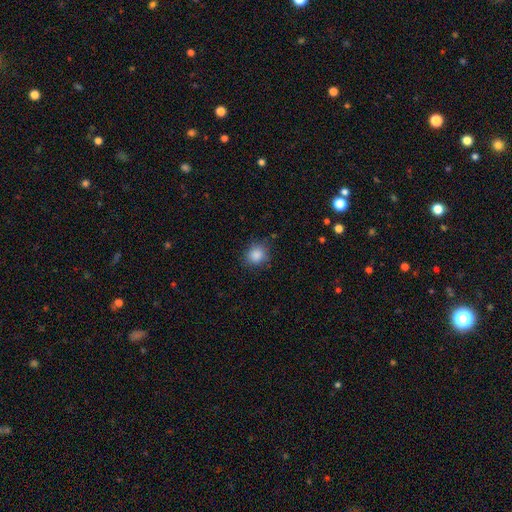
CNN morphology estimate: Smooth or featured? smooth (87%)
How rounded? round (75%)
Merging? none (80%)